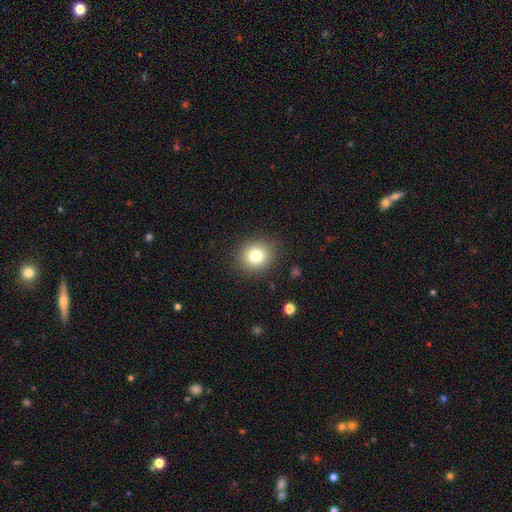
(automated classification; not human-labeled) A smooth galaxy with no disk features (79%) that is round (79%).

Vote fractions:
- Smooth or featured? smooth: 79% / star or artifact: 12% / featured or disk: 9%
- How rounded? round: 79% / in between: 20% / cigar-shaped: 1%
- Merging? none: 87% / minor disturbance: 9% / major disturbance: 3% / merger: 1%